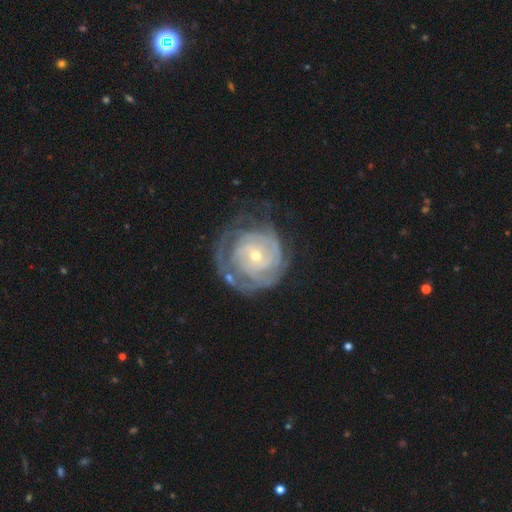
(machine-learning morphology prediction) smooth_or_featured: featured or disk (p=0.81) [alt: smooth p=0.13]
disk_edge_on: no (p=0.97) [alt: yes p=0.03]
bar: no (p=0.69) [alt: weak p=0.25]
has_spiral_arms: yes (p=0.88) [alt: no p=0.12]
spiral_winding: tight (p=0.76) [alt: medium p=0.18]
spiral_arm_count: can't tell (p=0.49) [alt: 2 p=0.19]
bulge_size: small (p=0.65) [alt: moderate p=0.31]
merging: none (p=0.57) [alt: minor disturbance p=0.22]